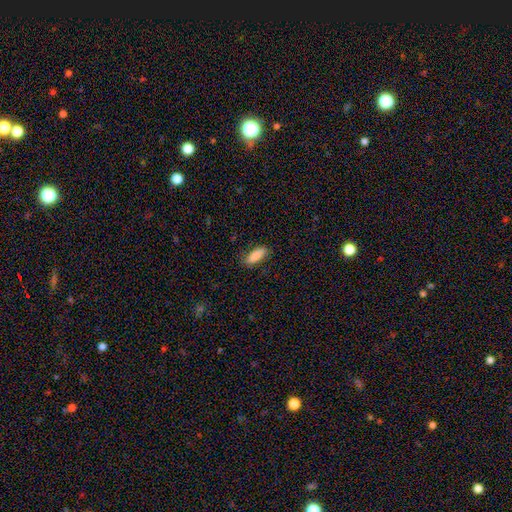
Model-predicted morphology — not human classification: This appears to be a smooth galaxy with no disk features (85%) that is in between round and cigar-shaped (68%). Merging: none (81%).